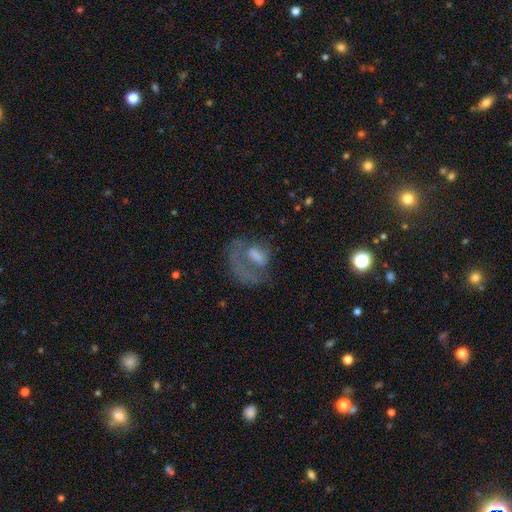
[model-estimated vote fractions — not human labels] A featured or disk galaxy (52%).

Vote fractions:
- Smooth or featured? featured or disk: 52% / smooth: 34% / star or artifact: 15%
- Edge-on disk? no: 96% / yes: 4%
- Merging? major disturbance: 47% / none: 33% / minor disturbance: 15% / merger: 5%